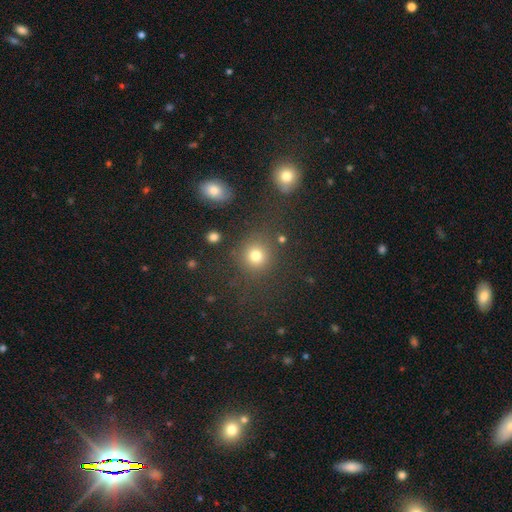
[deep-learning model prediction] smooth-or-featured: smooth: 78% | star or artifact: 16% | featured or disk: 7%
  how-rounded: round: 89% | in between: 10% | cigar-shaped: 1%
  merging: none: 80% | minor disturbance: 9% | major disturbance: 6% | merger: 5%